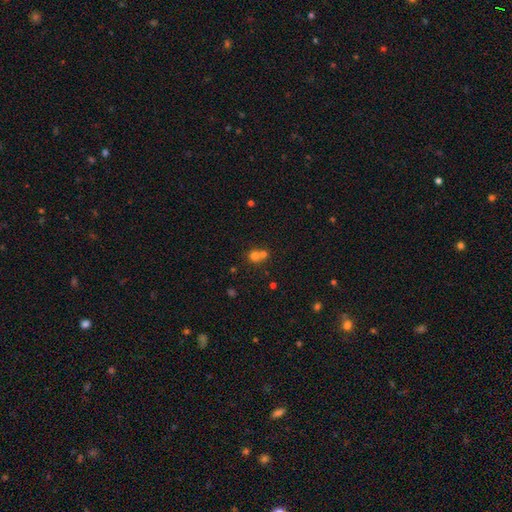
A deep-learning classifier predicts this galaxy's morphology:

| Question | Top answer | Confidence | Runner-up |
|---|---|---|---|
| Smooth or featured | smooth | 70% | star or artifact (17%) |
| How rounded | round | 85% | in between (14%) |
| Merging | merger | 55% | none (38%) |